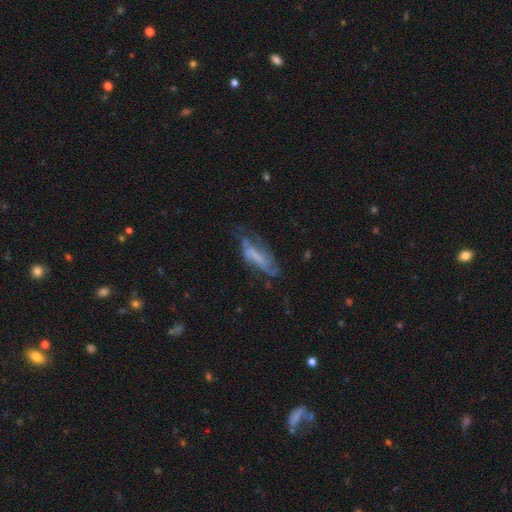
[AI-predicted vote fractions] Morphology: type=featured or disk (52%); edge-on=no (79%); merging=none (41%).